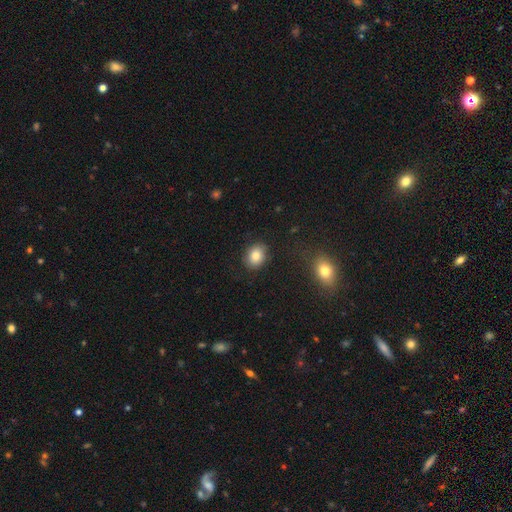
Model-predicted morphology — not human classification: Smooth or featured: smooth — 83% (star or artifact — 9%)
How rounded: in between — 55% (round — 44%)
Merging: none — 84% (minor disturbance — 11%)